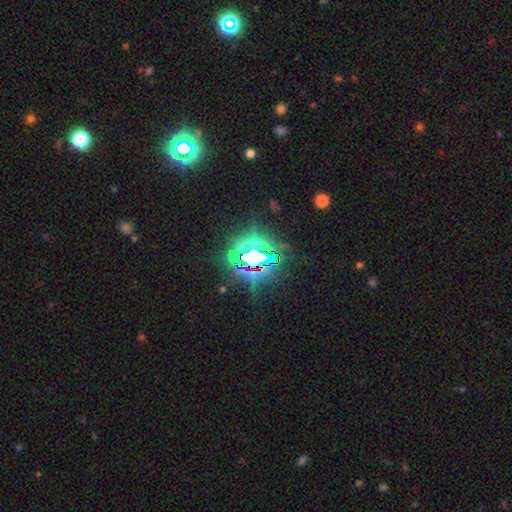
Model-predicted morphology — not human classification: This is clearly a star or artifact rather than a galaxy (83%).